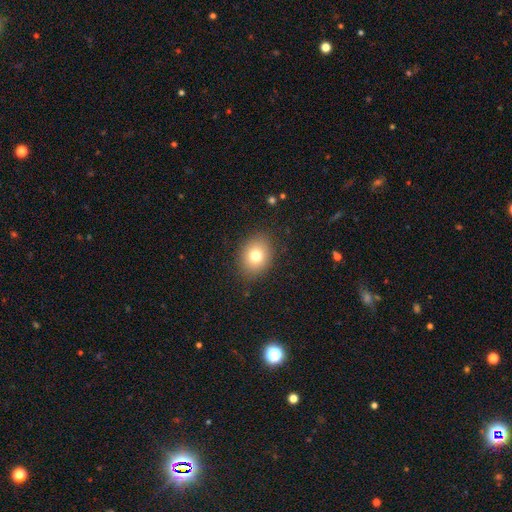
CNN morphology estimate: smooth-or-featured: smooth: 77% | featured or disk: 12% | star or artifact: 12%
  how-rounded: in between: 50% | round: 49% | cigar-shaped: 1%
  merging: none: 86% | minor disturbance: 10% | major disturbance: 3% | merger: 1%